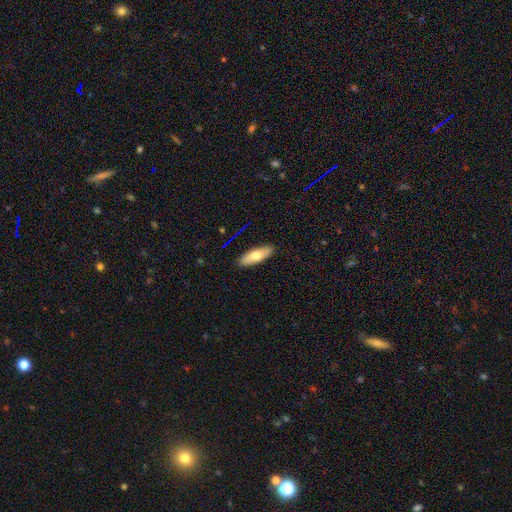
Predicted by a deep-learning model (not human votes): The model was most divided on "how rounded": in between: 57%, cigar-shaped: 40%, round: 2%. More confident: merging — none (89%); smooth or featured — smooth (70%).